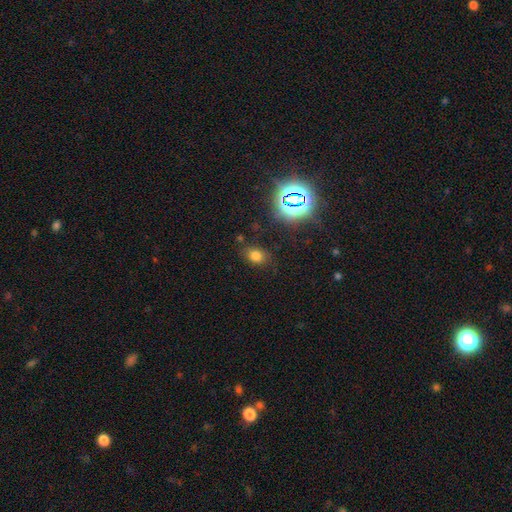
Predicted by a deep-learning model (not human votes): Smooth or featured: smooth — 69% (star or artifact — 23%)
How rounded: in between — 62% (round — 37%)
Merging: none — 80% (minor disturbance — 13%)